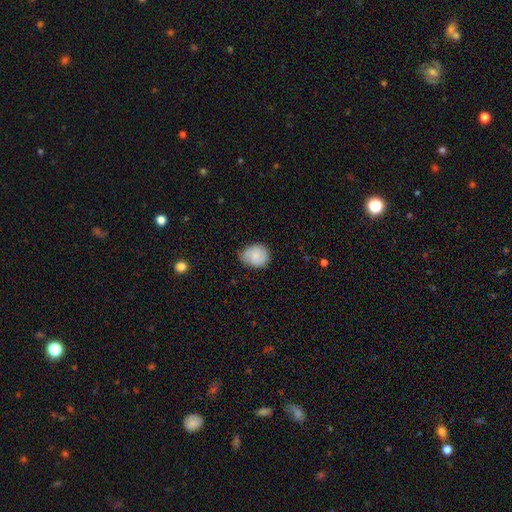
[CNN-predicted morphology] Smooth or featured?
  - smooth: 58% *
  - featured or disk: 35%
  - star or artifact: 7%
How rounded?
  - round: 63% *
  - in between: 36%
  - cigar-shaped: 1%
Merging?
  - none: 63% *
  - minor disturbance: 29%
  - major disturbance: 6%
  - merger: 1%